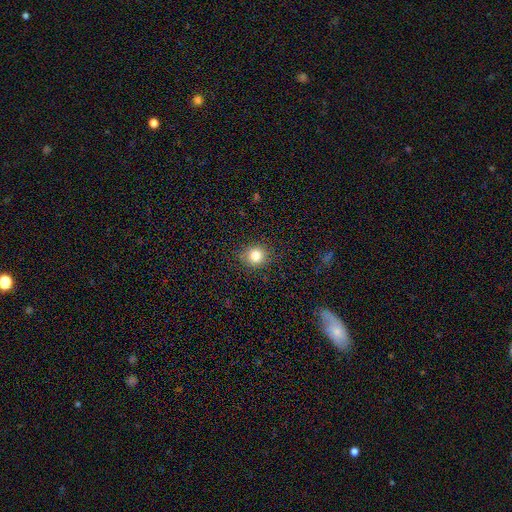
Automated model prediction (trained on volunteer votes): Morphology: type=smooth (82%); roundness=round (86%); merging=none (87%).